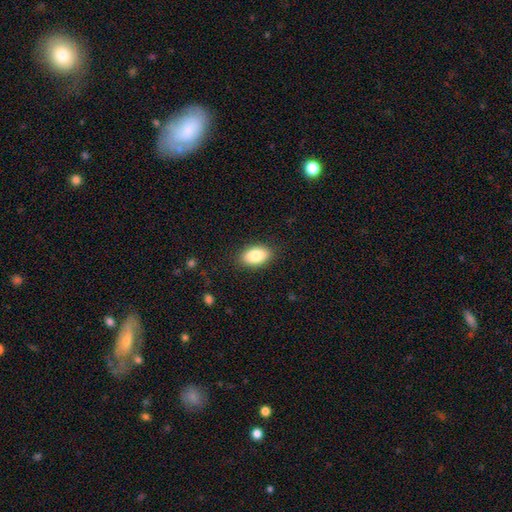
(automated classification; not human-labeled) A smooth galaxy with no disk features (85%) that is in between round and cigar-shaped (91%).

Vote fractions:
- Smooth or featured? smooth: 85% / featured or disk: 8% / star or artifact: 7%
- How rounded? in between: 91% / round: 7% / cigar-shaped: 2%
- Merging? none: 87% / minor disturbance: 9% / major disturbance: 3% / merger: 1%